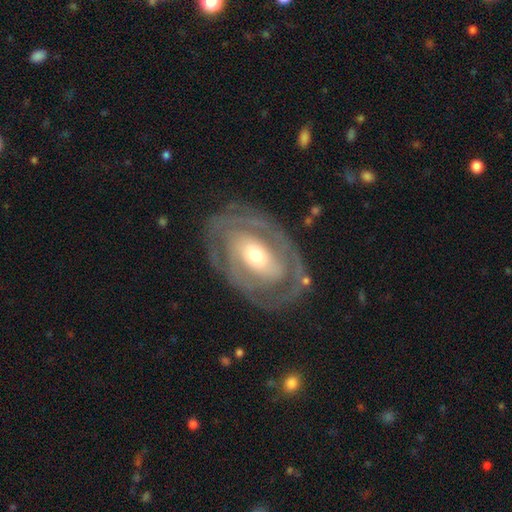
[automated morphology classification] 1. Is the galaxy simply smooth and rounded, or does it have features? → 79% featured or disk, 17% smooth, 5% star or artifact.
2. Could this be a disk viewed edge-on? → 94% no, 6% yes.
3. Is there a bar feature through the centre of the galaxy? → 56% no, 26% weak, 18% strong.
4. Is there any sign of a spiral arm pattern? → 69% yes, 31% no.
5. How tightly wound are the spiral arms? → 68% tight, 23% medium, 10% loose.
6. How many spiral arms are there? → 44% 2, 34% can't tell, 8% 3, 7% 1, 3% 4, 3% more than 4.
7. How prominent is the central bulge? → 57% moderate, 32% small, 8% large, 1% dominant, 1% none.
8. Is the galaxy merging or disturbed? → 76% none, 15% minor disturbance, 8% major disturbance, 2% merger.